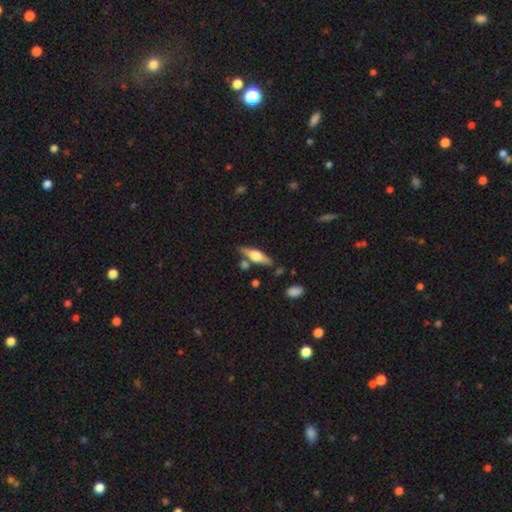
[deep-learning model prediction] Morphology: type=featured or disk (59%); edge-on=yes (94%); edge-on bulge=rounded (90%); merging=none (75%).